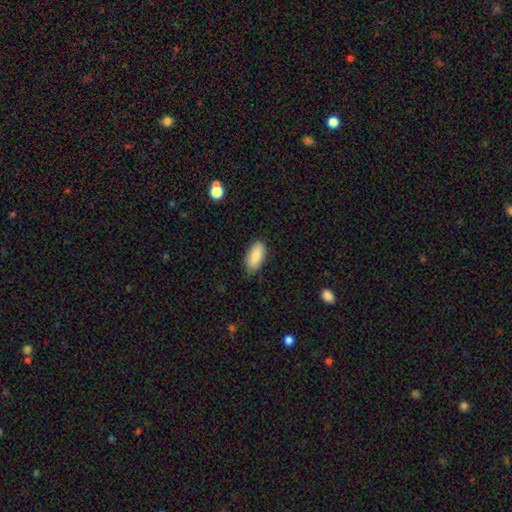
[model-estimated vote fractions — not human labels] Overall: smooth (88%). How rounded: in between (91%). Merging: none (80%).